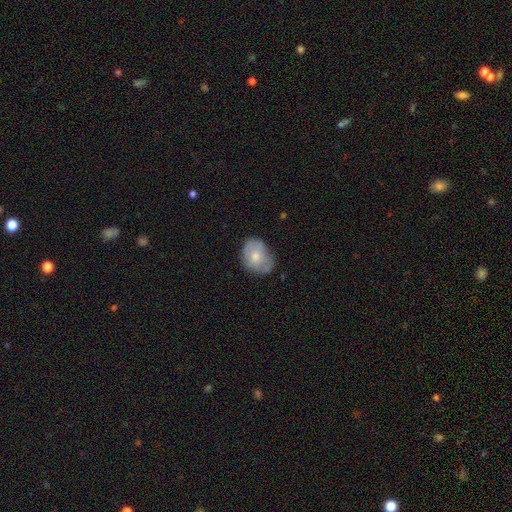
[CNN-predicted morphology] A smooth galaxy with no disk features (66%) that is in between round and cigar-shaped (69%).

Vote fractions:
- Smooth or featured? smooth: 66% / featured or disk: 28% / star or artifact: 7%
- How rounded? in between: 69% / round: 30% / cigar-shaped: 1%
- Merging? none: 56% / minor disturbance: 32% / major disturbance: 10% / merger: 2%